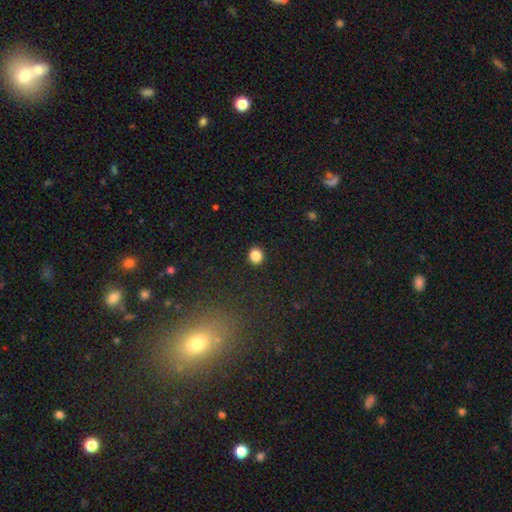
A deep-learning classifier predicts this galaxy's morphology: smooth 85%, star or artifact 11%, featured or disk 4%. Down the decision tree: how rounded — round (85%); merging — none (92%).